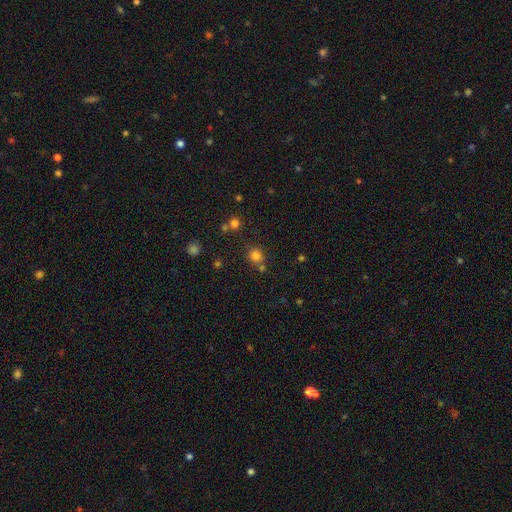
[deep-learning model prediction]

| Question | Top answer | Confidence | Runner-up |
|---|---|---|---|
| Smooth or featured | smooth | 75% | star or artifact (18%) |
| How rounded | round | 76% | in between (23%) |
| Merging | none | 63% | merger (20%) |